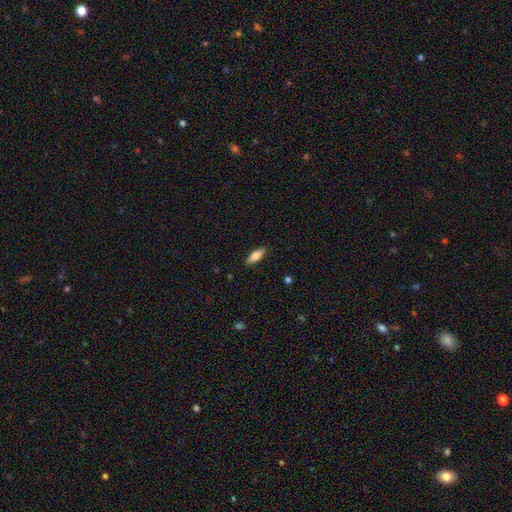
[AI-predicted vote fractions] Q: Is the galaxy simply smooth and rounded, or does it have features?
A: smooth — 72%.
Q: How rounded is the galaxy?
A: in between — 67%.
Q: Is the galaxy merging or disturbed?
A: none — 88%.